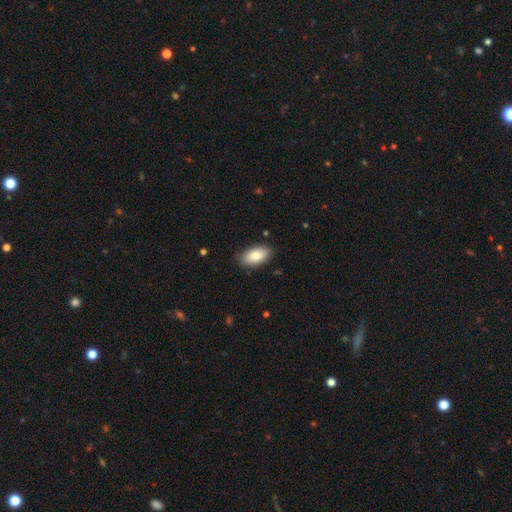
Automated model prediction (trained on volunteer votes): Smooth or featured? Predicted: smooth (p=0.81). How rounded? Predicted: in between (p=0.94). Merging? Predicted: none (p=0.84).